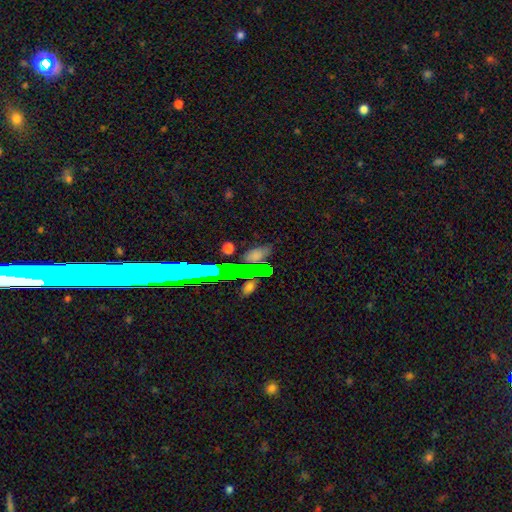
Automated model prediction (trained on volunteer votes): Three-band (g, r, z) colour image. It shows a smooth galaxy with no disk features (47%). Merging: none (75%).